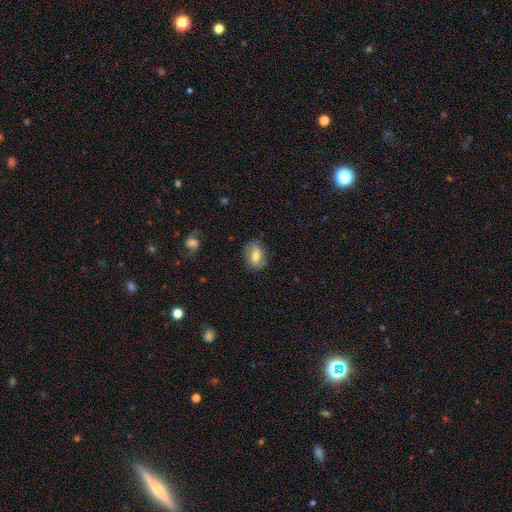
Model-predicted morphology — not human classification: smooth 69%, featured or disk 24%, star or artifact 8%. Down the decision tree: how rounded — in between (86%); merging — none (76%).